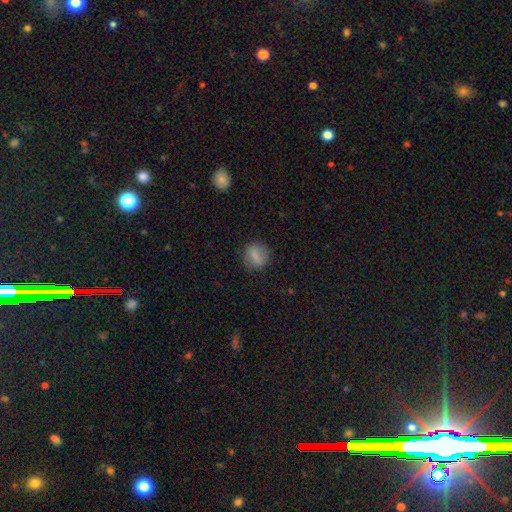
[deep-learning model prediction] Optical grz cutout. It shows a smooth galaxy with no disk features (74%) that is round (74%). Merging: none (83%).